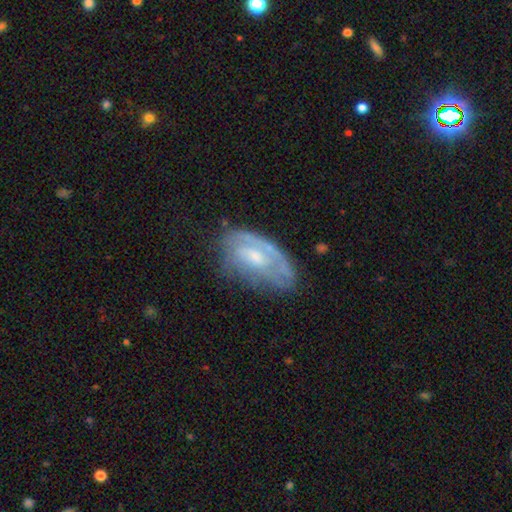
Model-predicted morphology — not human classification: Smooth or featured? Predicted: featured or disk (p=0.68). Edge-on disk? Predicted: no (p=0.93). Bar? Predicted: no (p=0.54). Spiral arms? Predicted: yes (p=0.71). Bulge size? Predicted: moderate (p=0.47). Merging? Predicted: none (p=0.53).